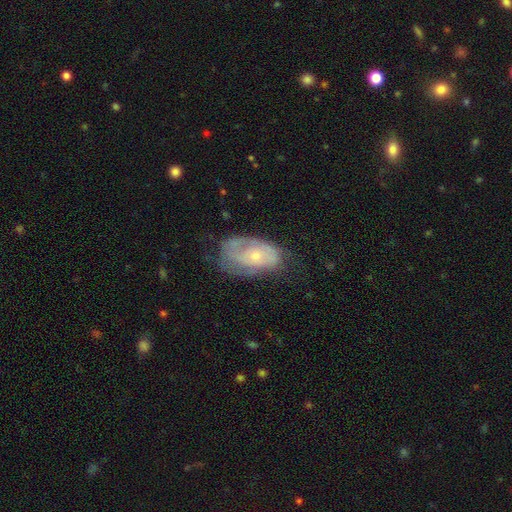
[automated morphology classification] featured or disk 61%, smooth 32%, star or artifact 7%. Down the decision tree: edge-on disk — no (94%); bar — no (79%); spiral arms — yes (66%); bulge size — small (65%); merging — none (51%).